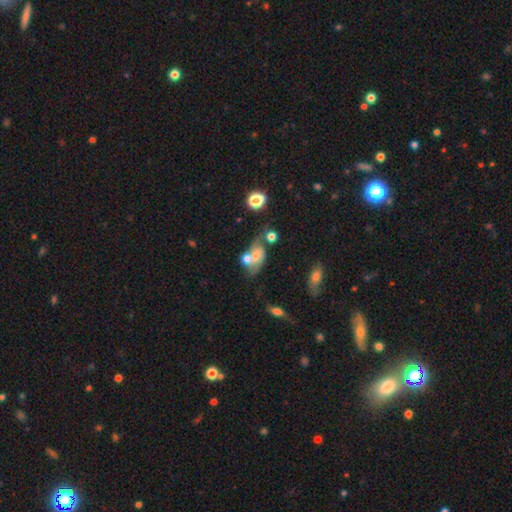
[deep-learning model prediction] Smooth or featured? Predicted: featured or disk (p=0.59). Edge-on disk? Predicted: no (p=0.96). Bar? Predicted: no (p=0.61). Spiral arms? Predicted: yes (p=0.79). Bulge size? Predicted: moderate (p=0.41). Merging? Predicted: merger (p=0.39).